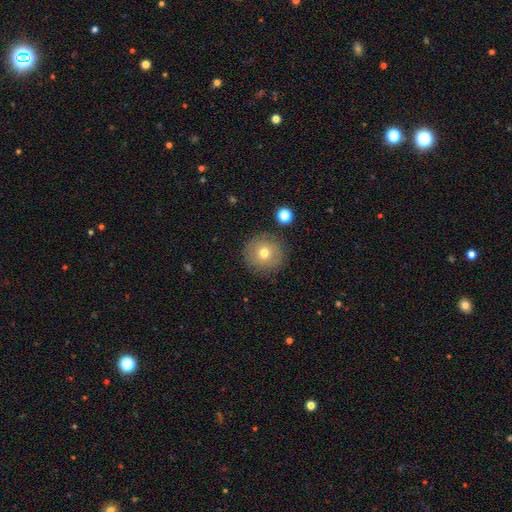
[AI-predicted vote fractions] smooth-or-featured: smooth: 48% | featured or disk: 27% | star or artifact: 25%
  merging: none: 88% | minor disturbance: 7% | major disturbance: 3% | merger: 2%